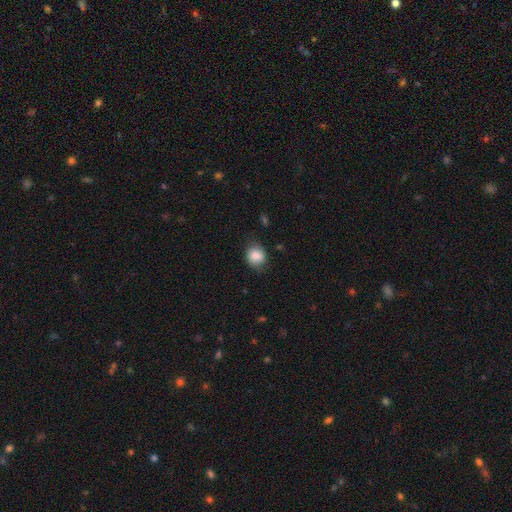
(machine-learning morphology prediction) smooth-or-featured: smooth: 85% | star or artifact: 8% | featured or disk: 7%
  how-rounded: round: 62% | in between: 37% | cigar-shaped: 1%
  merging: none: 74% | minor disturbance: 20% | major disturbance: 5% | merger: 1%